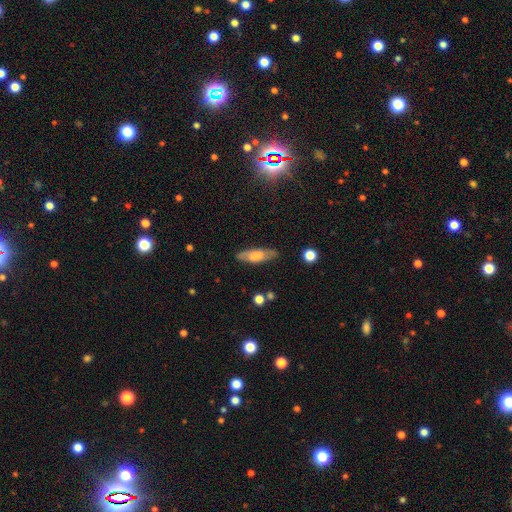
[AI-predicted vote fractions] A smooth galaxy with no disk features (57%) that is in between round and cigar-shaped (49%, tied with cigar-shaped).

Vote fractions:
- Smooth or featured? smooth: 57% / featured or disk: 36% / star or artifact: 7%
- How rounded? in between: 49% (tied) / cigar-shaped: 49% (tied) / round: 2%
- Merging? none: 83% / minor disturbance: 12% / major disturbance: 3% / merger: 2%